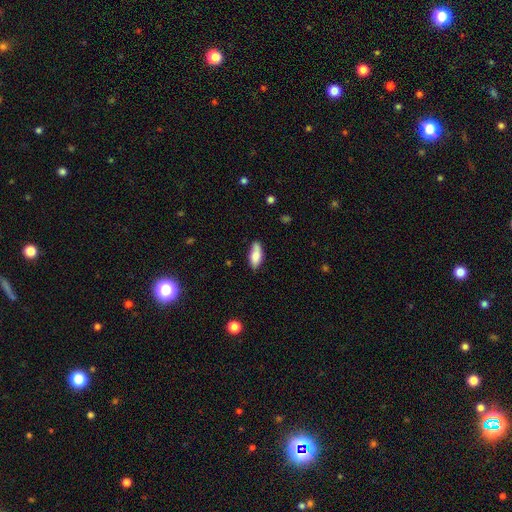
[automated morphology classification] This appears to be a smooth galaxy with no disk features (79%) that is in between round and cigar-shaped (78%). Merging: none (70%).